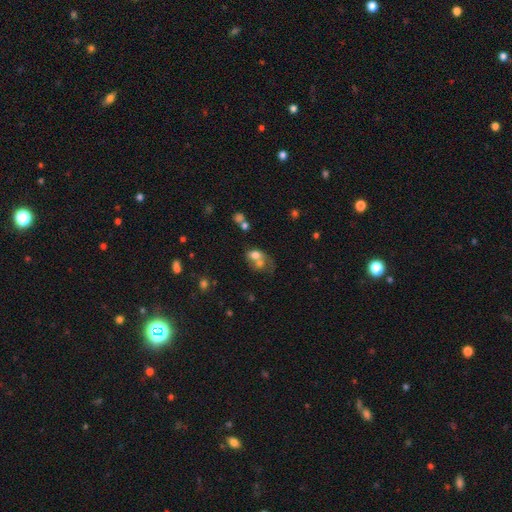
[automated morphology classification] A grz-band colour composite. It shows a smooth galaxy with no disk features (63%) that is in between round and cigar-shaped (61%). Merging: merger (63%).